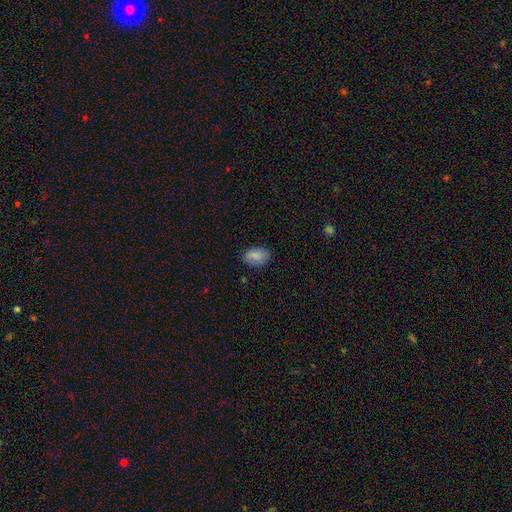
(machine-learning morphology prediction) This is clearly a smooth galaxy (83%). How rounded: clearly in between (87%). Merging: clearly none (80%).